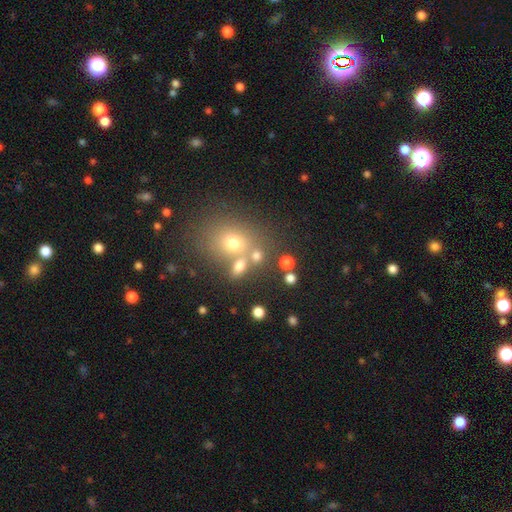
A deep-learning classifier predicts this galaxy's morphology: smooth-or-featured: smooth: 62% | star or artifact: 20% | featured or disk: 18%
  how-rounded: round: 60% | in between: 38% | cigar-shaped: 2%
  merging: none: 49% | merger: 34% | minor disturbance: 11% | major disturbance: 6%